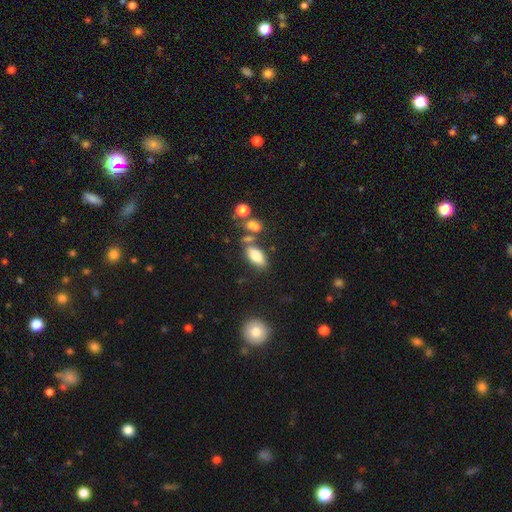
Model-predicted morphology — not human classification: Smooth or featured?
  - smooth: 76% *
  - featured or disk: 15%
  - star or artifact: 9%
How rounded?
  - in between: 85% *
  - cigar-shaped: 10%
  - round: 4%
Merging?
  - none: 64% *
  - merger: 16%
  - minor disturbance: 15%
  - major disturbance: 5%